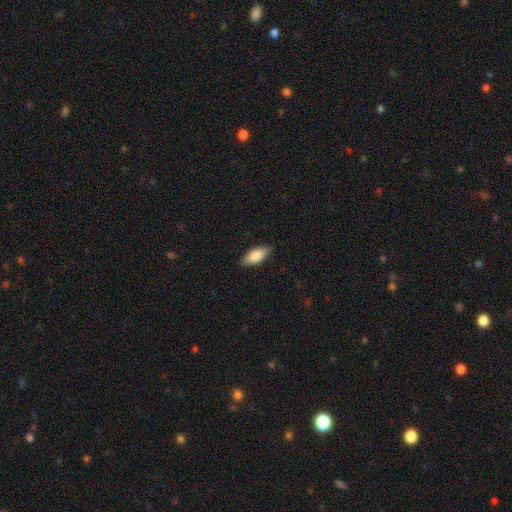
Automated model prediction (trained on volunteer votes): The model was most divided on "how rounded": in between: 83%, cigar-shaped: 15%, round: 2%. More confident: merging — none (85%); smooth or featured — smooth (84%).